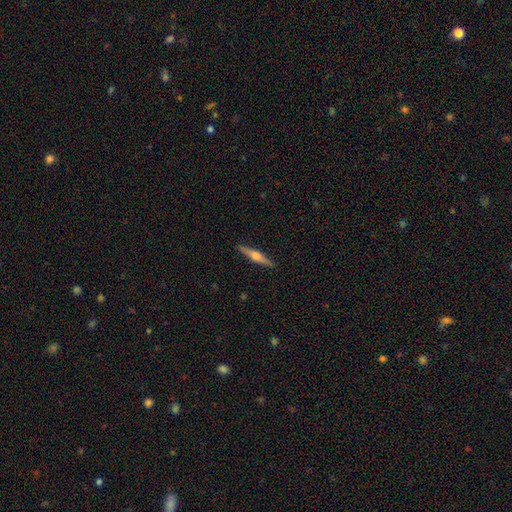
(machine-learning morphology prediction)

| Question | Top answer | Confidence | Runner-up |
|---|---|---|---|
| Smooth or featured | featured or disk | 70% | smooth (24%) |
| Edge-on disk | yes | 98% | no (2%) |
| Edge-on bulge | rounded | 91% | boxy (6%) |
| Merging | none | 91% | minor disturbance (6%) |